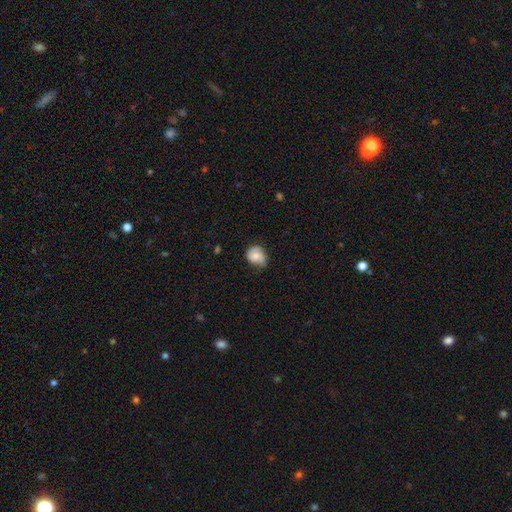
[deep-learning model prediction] A smooth galaxy with no disk features (63%) that is round (59%).

Vote fractions:
- Smooth or featured? smooth: 63% / featured or disk: 30% / star or artifact: 7%
- How rounded? round: 59% / in between: 40% / cigar-shaped: 1%
- Merging? none: 52% / minor disturbance: 36% / major disturbance: 10% / merger: 1%